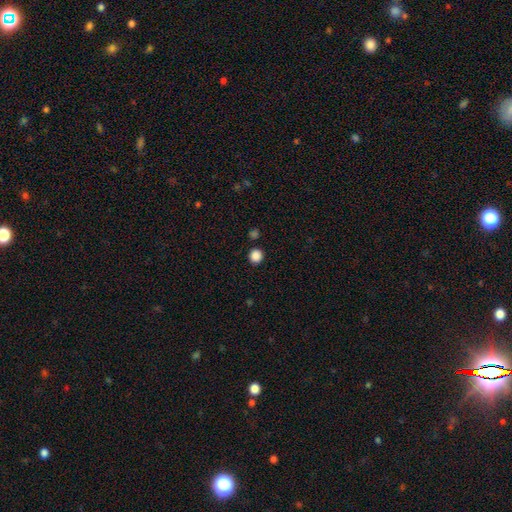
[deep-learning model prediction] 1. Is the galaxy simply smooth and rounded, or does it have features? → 87% smooth, 10% star or artifact, 3% featured or disk.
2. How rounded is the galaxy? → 89% round, 10% in between, 1% cigar-shaped.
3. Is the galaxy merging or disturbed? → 89% none, 6% minor disturbance, 3% merger, 2% major disturbance.